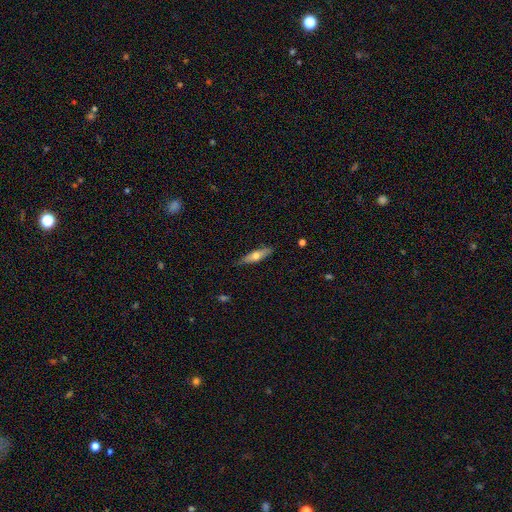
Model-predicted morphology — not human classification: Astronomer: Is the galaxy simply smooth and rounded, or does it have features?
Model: smooth — 52% (runner-up: featured or disk, 42%).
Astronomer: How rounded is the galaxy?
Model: cigar-shaped — 66%.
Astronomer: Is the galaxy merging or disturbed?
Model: none — 84%.